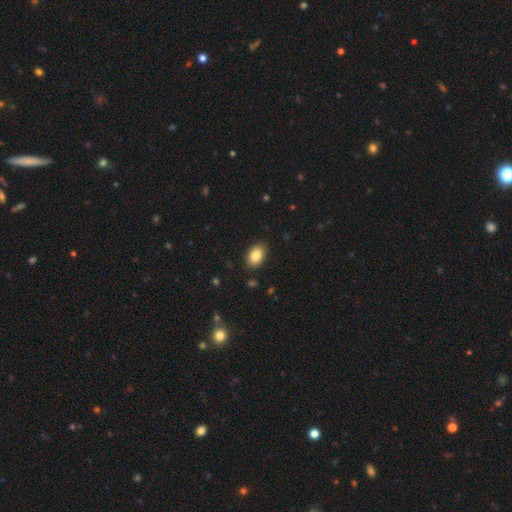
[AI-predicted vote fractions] This appears to be a smooth galaxy with no disk features (85%) that is in between round and cigar-shaped (85%). Merging: none (88%).